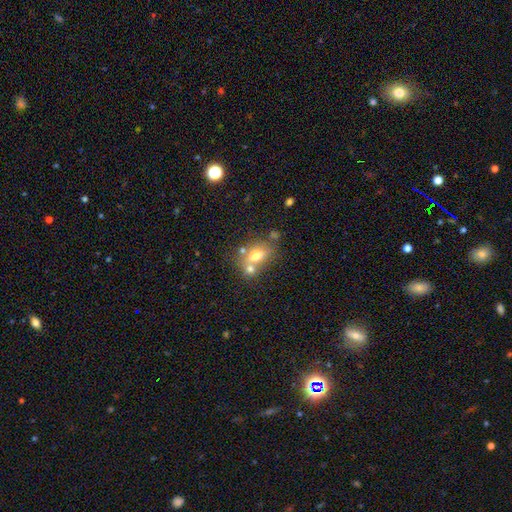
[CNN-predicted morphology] A smooth galaxy with no disk features (66%) that is in between round and cigar-shaped (71%).

Vote fractions:
- Smooth or featured? smooth: 66% / featured or disk: 23% / star or artifact: 11%
- How rounded? in between: 71% / round: 26% / cigar-shaped: 3%
- Merging? none: 43% / merger: 39% / minor disturbance: 12% / major disturbance: 6%